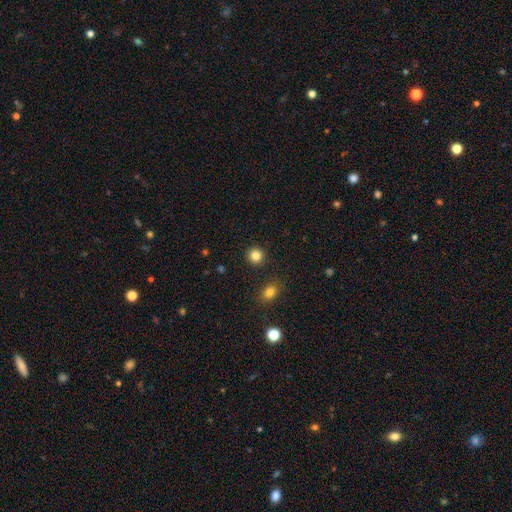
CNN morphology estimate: Smooth or featured: smooth — 83% (star or artifact — 12%)
How rounded: round — 93% (in between — 6%)
Merging: none — 92% (minor disturbance — 5%)